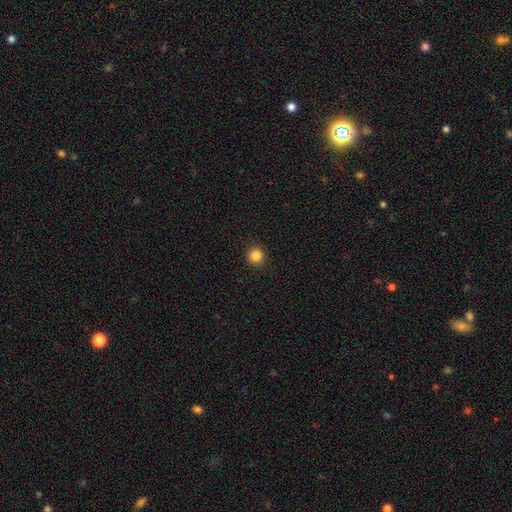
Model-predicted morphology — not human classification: This appears to be a smooth galaxy with no disk features (86%) that is round (95%). Merging: none (92%).